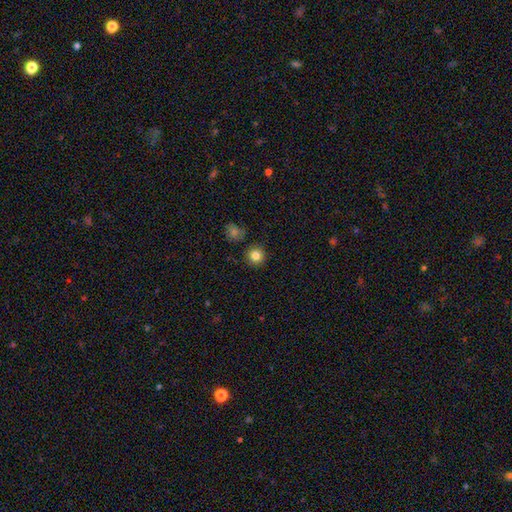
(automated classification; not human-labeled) This is clearly a smooth galaxy (84%). How rounded: clearly round (94%). Merging: clearly none (90%).